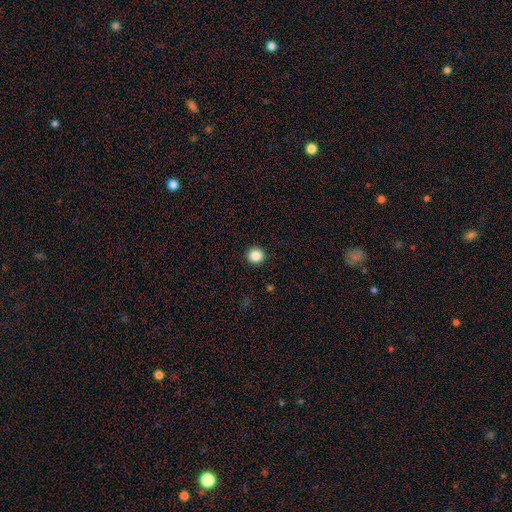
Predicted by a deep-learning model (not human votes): This appears to be a smooth galaxy with no disk features (85%) that is round (95%). Merging: none (93%).